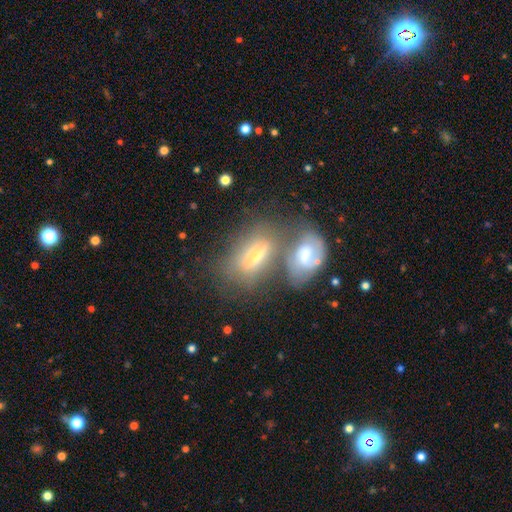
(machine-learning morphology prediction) smooth 46%, featured or disk 44%, star or artifact 10%. Down the decision tree: merging — merger (46%).